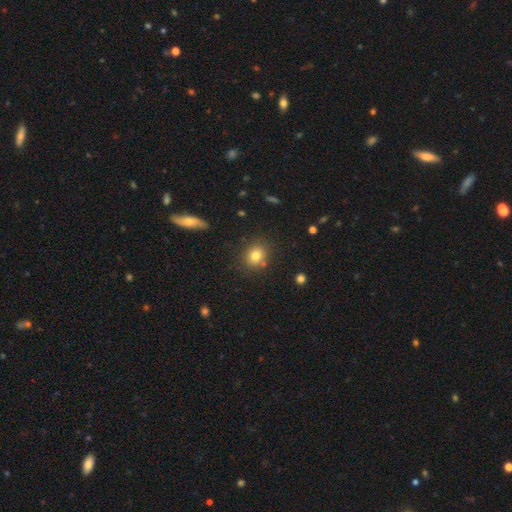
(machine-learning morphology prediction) type=smooth (80%); roundness=round (73%); merging=none (81%).